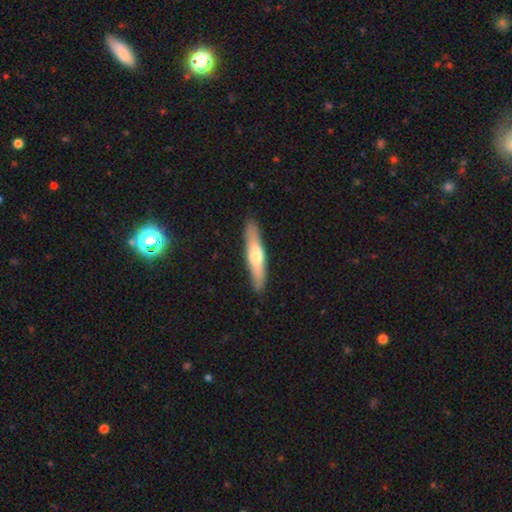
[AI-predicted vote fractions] This is possibly a smooth galaxy (53%). How rounded: clearly cigar-shaped (85%). Merging: clearly none (89%).